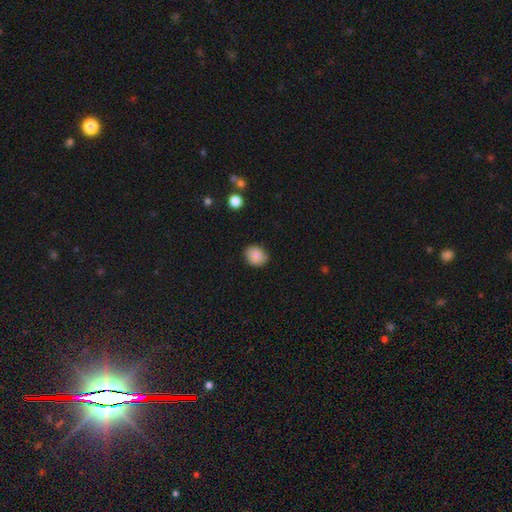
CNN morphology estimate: smooth-or-featured: smooth: 81% | featured or disk: 10% | star or artifact: 8%
  how-rounded: round: 67% | in between: 32% | cigar-shaped: 1%
  merging: none: 83% | minor disturbance: 13% | major disturbance: 3% | merger: 1%